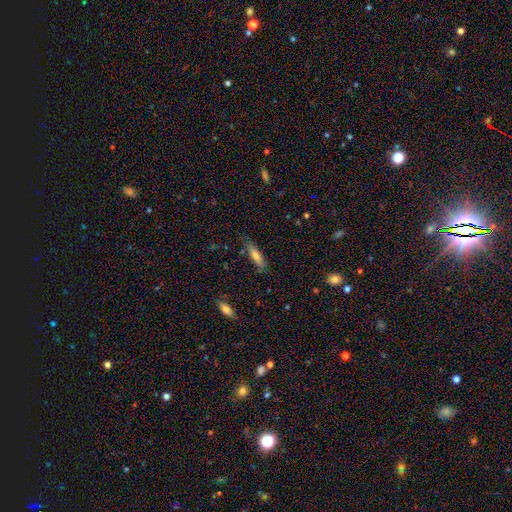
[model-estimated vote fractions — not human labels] This appears to be a smooth galaxy with no disk features (71%) that is cigar-shaped (58%). Merging: none (76%).